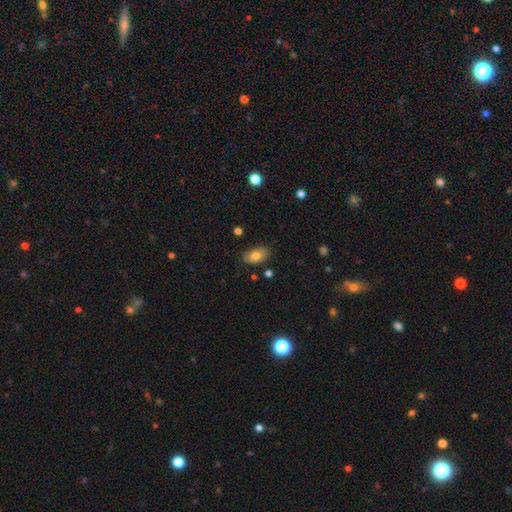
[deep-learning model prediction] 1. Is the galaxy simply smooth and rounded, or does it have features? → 79% smooth, 13% featured or disk, 8% star or artifact.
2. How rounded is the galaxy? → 92% in between, 6% round, 2% cigar-shaped.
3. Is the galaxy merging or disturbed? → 82% none, 14% minor disturbance, 2% major disturbance, 2% merger.